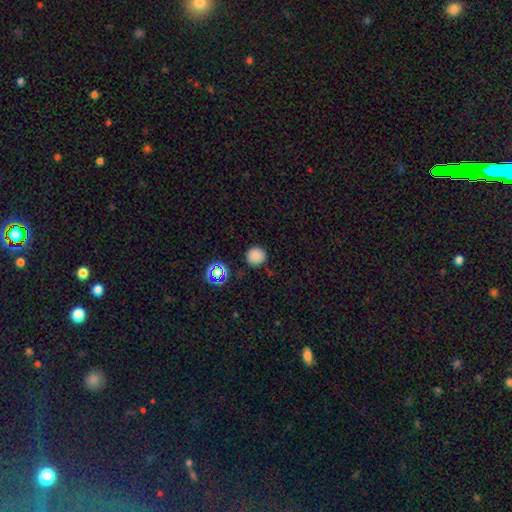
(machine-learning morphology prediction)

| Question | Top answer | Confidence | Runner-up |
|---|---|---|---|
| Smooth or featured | smooth | 79% | star or artifact (16%) |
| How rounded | round | 95% | in between (4%) |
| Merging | none | 86% | minor disturbance (9%) |